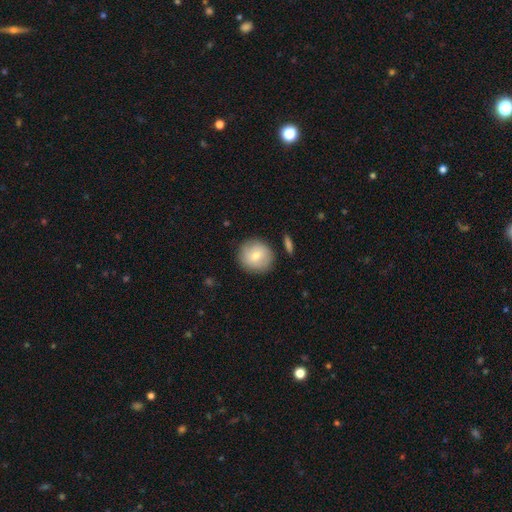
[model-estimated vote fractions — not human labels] Overall: smooth (74%). How rounded: round (93%). Merging: none (85%).